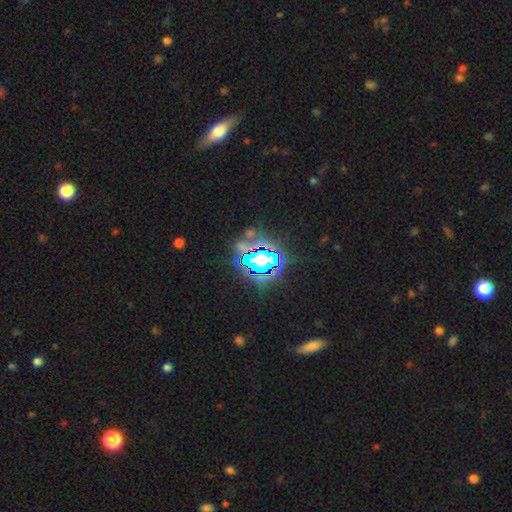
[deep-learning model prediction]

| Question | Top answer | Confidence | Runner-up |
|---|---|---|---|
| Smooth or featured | star or artifact | 71% | smooth (17%) |